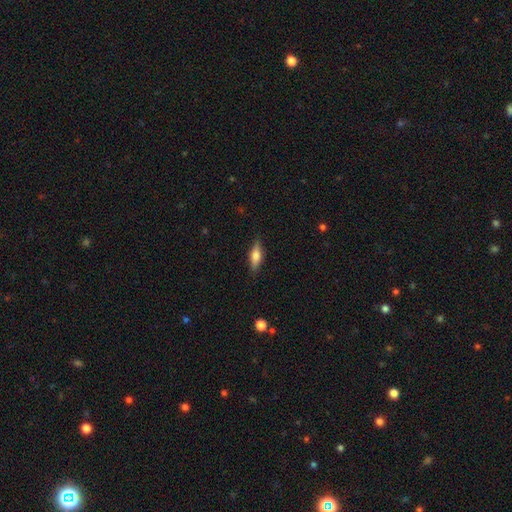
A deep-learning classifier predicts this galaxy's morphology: Overall: smooth (61%; featured or disk 32%). How rounded: in between (51%; cigar-shaped 46%). Merging: none (86%).